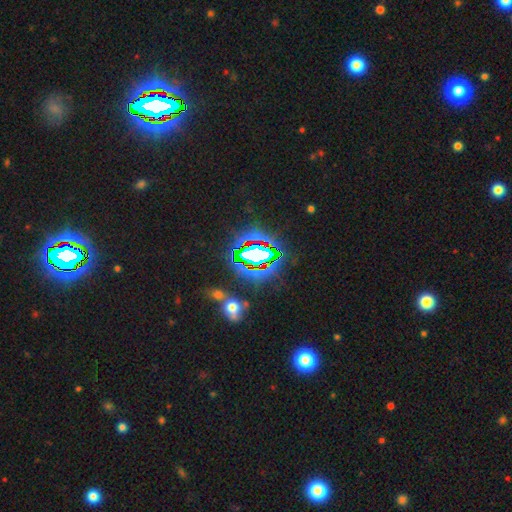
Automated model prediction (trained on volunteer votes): Smooth or featured? star or artifact (72%)